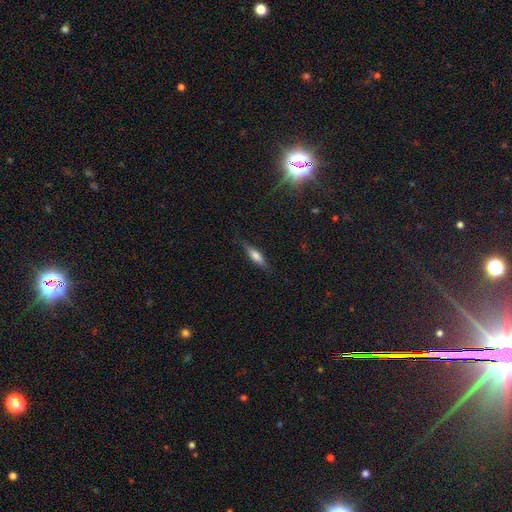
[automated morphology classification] This is possibly a smooth galaxy (47%). Merging: clearly none (82%).